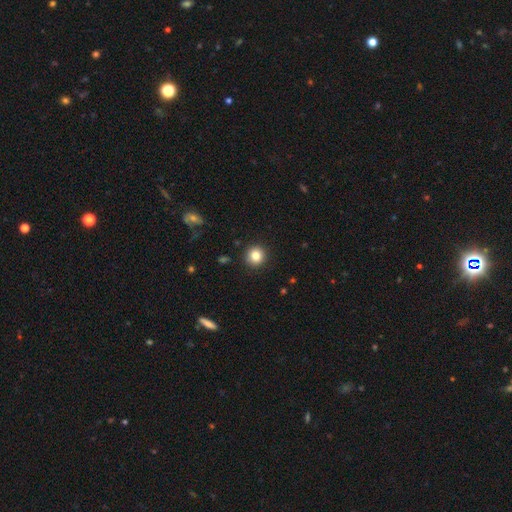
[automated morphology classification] This is clearly a smooth galaxy (83%). How rounded: clearly round (94%). Merging: clearly none (92%).